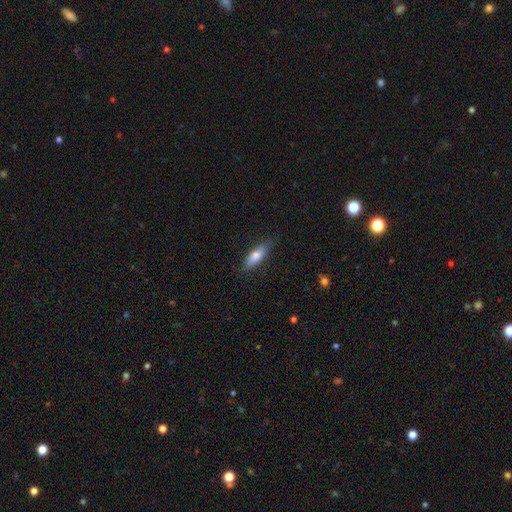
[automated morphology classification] type=smooth (73%); roundness=in between (54%); merging=none (80%).